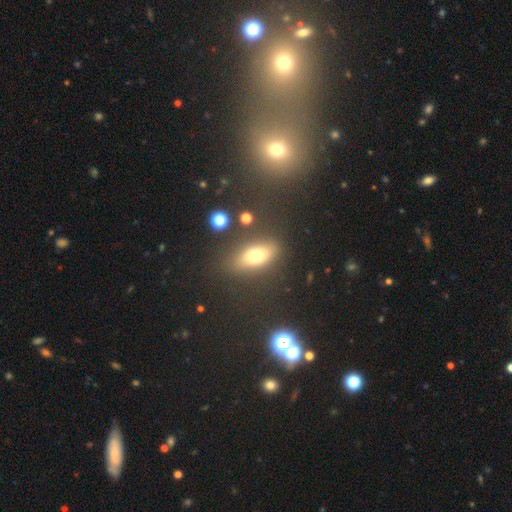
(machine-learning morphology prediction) smooth-or-featured: smooth: 69% | featured or disk: 18% | star or artifact: 13%
  how-rounded: in between: 74% | cigar-shaped: 16% | round: 10%
  merging: none: 79% | minor disturbance: 12% | major disturbance: 5% | merger: 3%